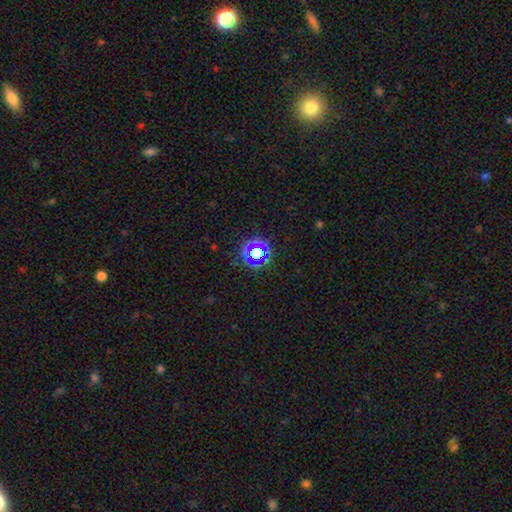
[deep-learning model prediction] Smooth or featured?
  - star or artifact: 66% *
  - smooth: 24%
  - featured or disk: 10%